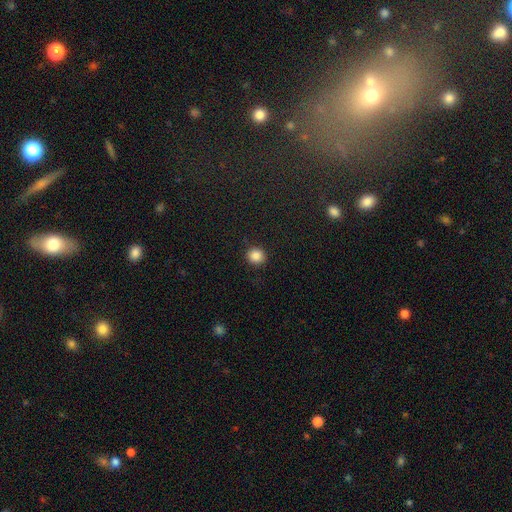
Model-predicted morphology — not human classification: smooth-or-featured: smooth: 86% | star or artifact: 10% | featured or disk: 4%
  how-rounded: round: 85% | in between: 14% | cigar-shaped: 1%
  merging: none: 90% | minor disturbance: 7% | major disturbance: 2% | merger: 1%